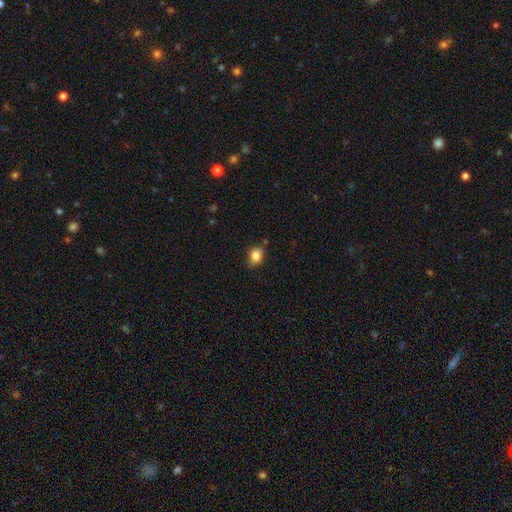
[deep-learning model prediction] Smooth or featured? smooth (86%)
How rounded? in between (56%)
Merging? none (79%)